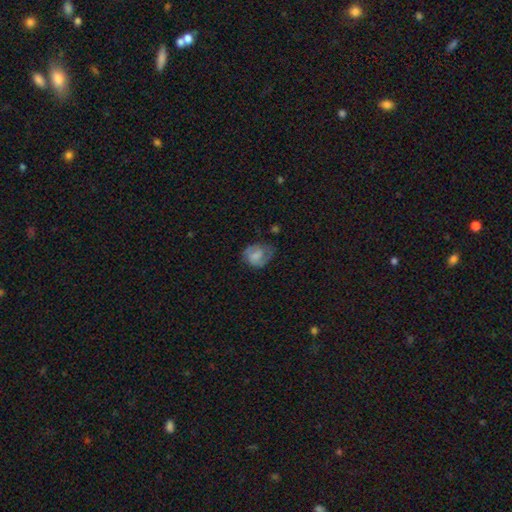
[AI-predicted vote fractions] A smooth galaxy with no disk features (54%) that is round (52%).

Vote fractions:
- Smooth or featured? smooth: 54% / featured or disk: 38% / star or artifact: 9%
- How rounded? round: 52% / in between: 47% / cigar-shaped: 1%
- Merging? none: 48% / minor disturbance: 31% / major disturbance: 19% / merger: 2%